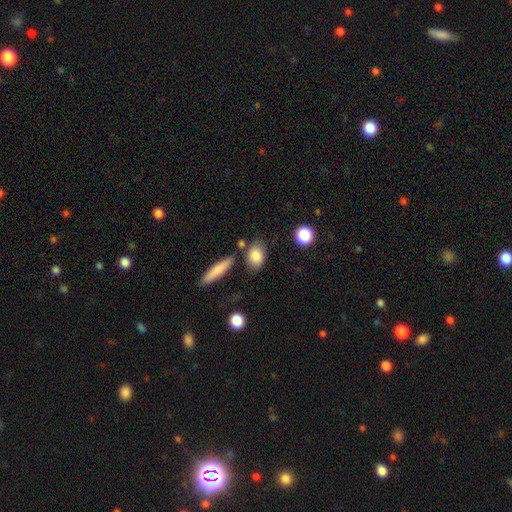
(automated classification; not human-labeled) A smooth galaxy with no disk features (85%) that is in between round and cigar-shaped (71%). Merging: none (71%).